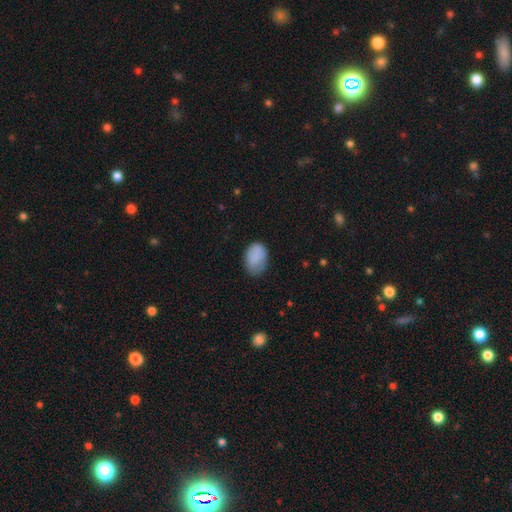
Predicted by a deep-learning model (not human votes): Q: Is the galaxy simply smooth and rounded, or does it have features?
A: smooth — 86%.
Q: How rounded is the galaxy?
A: in between — 83%.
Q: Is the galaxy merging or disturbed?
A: none — 59%.